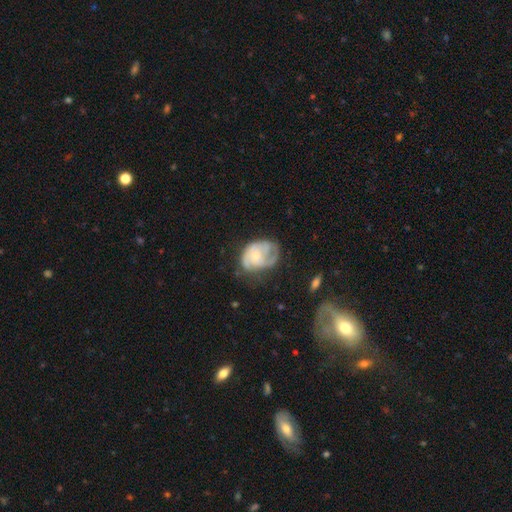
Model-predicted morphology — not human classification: This is likely a featured or disk galaxy (69%). It is clearly not viewed edge-on (98%). Bar: likely no (74%). Spiral arm pattern: clearly yes (82%). Spiral arm count: marginally 2 (33%). Spiral winding: marginally medium (41%). Central bulge: possibly small (58%). Merging: marginally none (41%).